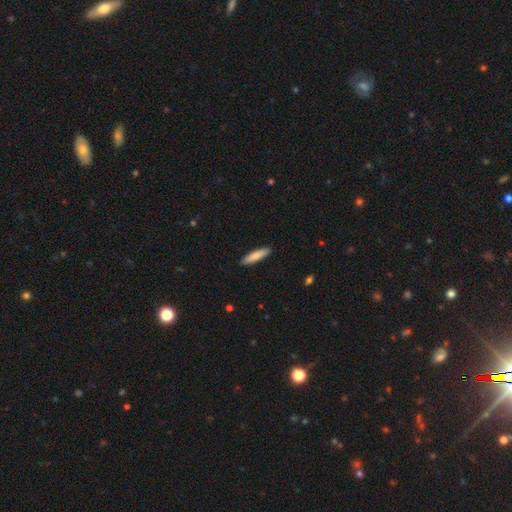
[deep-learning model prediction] smooth-or-featured: smooth: 79% | featured or disk: 15% | star or artifact: 5%
  how-rounded: cigar-shaped: 81% | in between: 17% | round: 1%
  merging: none: 91% | minor disturbance: 7% | major disturbance: 1% | merger: 1%